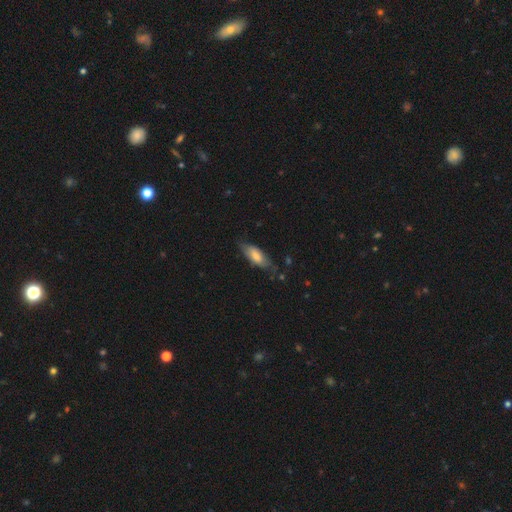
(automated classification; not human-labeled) This appears to be a smooth galaxy with no disk features (66%) that is in between round and cigar-shaped (71%). Merging: none (66%).